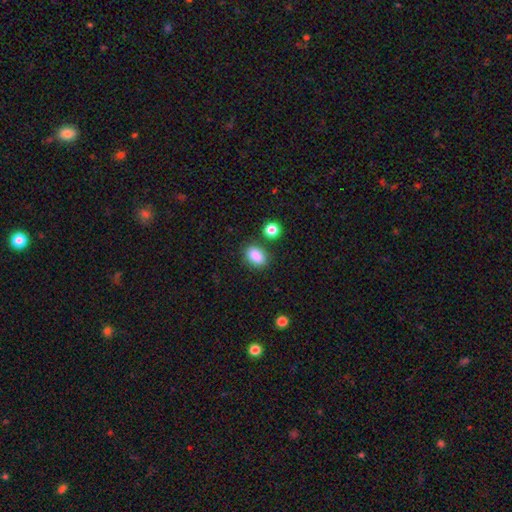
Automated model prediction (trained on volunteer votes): Smooth or featured? Predicted: smooth (p=0.87). How rounded? Predicted: in between (p=0.80). Merging? Predicted: none (p=0.79).